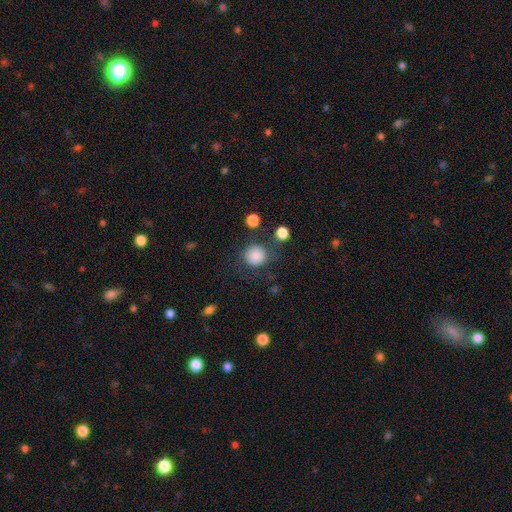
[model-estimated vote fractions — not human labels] Q: Smooth or featured?
A: smooth (86%); runner-up: star or artifact (9%)
Q: How rounded?
A: round (92%); runner-up: in between (7%)
Q: Merging?
A: none (76%); runner-up: minor disturbance (12%)